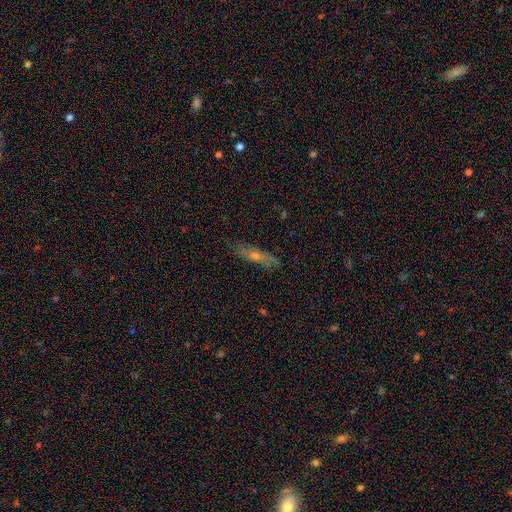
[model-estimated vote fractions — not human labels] Smooth or featured: featured or disk — 51% (smooth — 39%)
Edge-on disk: yes — 76% (no — 24%)
Merging: none — 83% (minor disturbance — 13%)